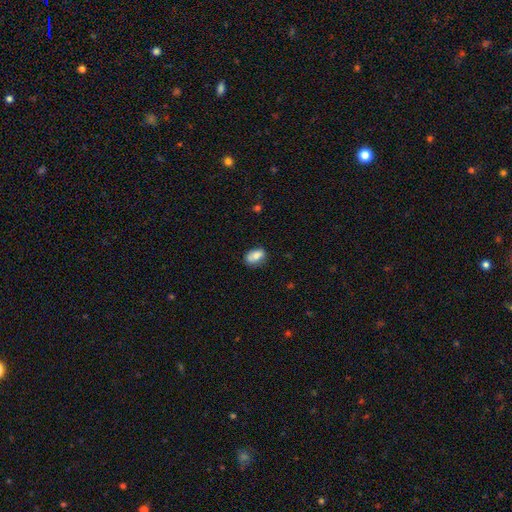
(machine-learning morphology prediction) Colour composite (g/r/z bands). It shows a smooth galaxy with no disk features (78%) that is in between round and cigar-shaped (84%). Merging: none (64%).